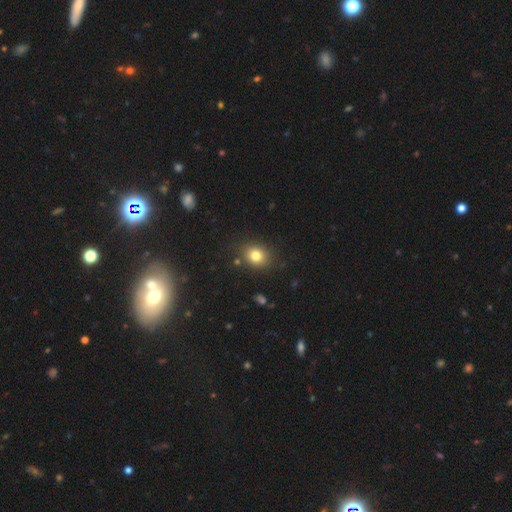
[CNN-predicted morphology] A smooth galaxy with no disk features (80%) that is round (54%).

Vote fractions:
- Smooth or featured? smooth: 80% / star or artifact: 12% / featured or disk: 8%
- How rounded? round: 54% / in between: 45% / cigar-shaped: 1%
- Merging? none: 84% / minor disturbance: 10% / major disturbance: 3% / merger: 3%